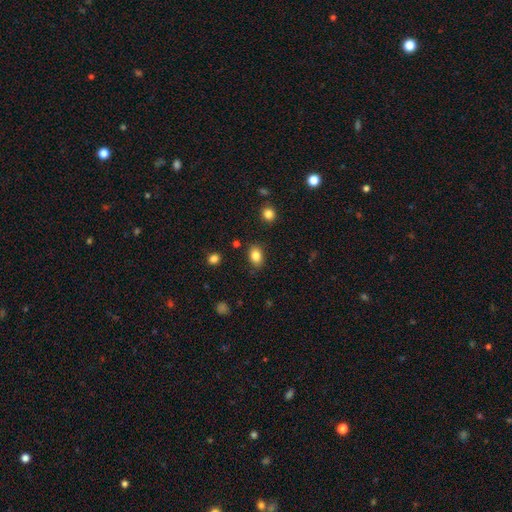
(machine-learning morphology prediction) type=smooth (84%); roundness=in between (79%); merging=none (84%).